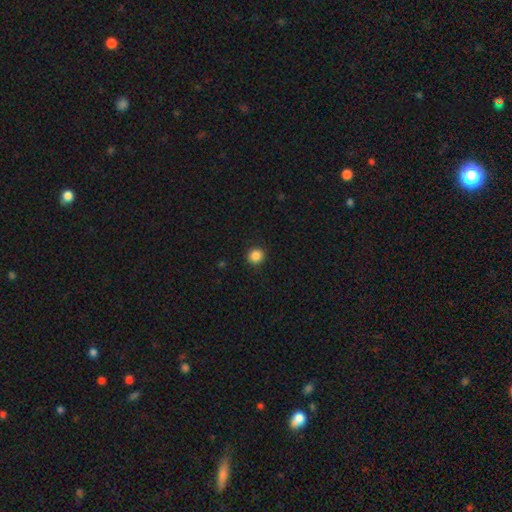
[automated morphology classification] The model was most divided on "smooth or featured": smooth: 85%, star or artifact: 11%, featured or disk: 4%. More confident: how rounded — round (92%); merging — none (92%).